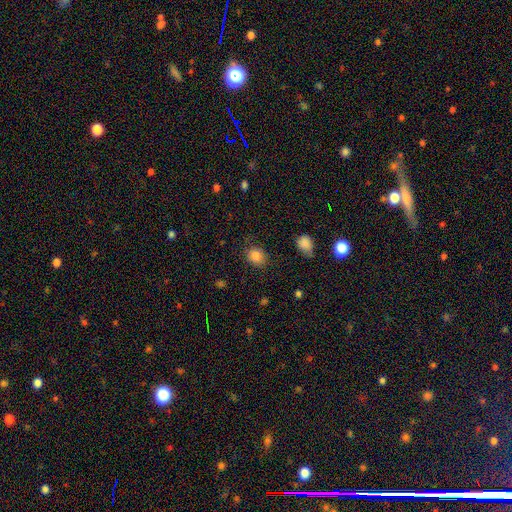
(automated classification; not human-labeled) smooth 84%, star or artifact 10%, featured or disk 5%. Down the decision tree: how rounded — round (68%); merging — none (82%).